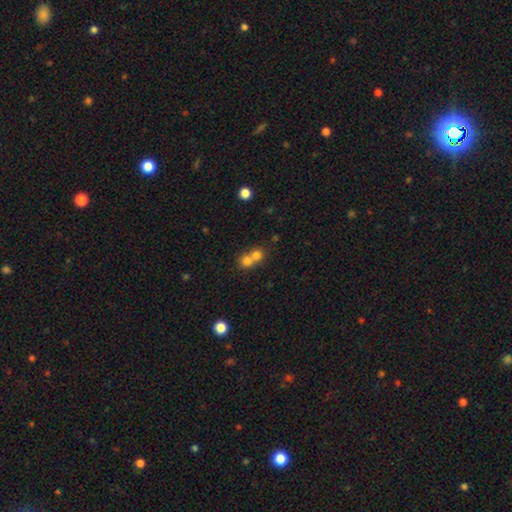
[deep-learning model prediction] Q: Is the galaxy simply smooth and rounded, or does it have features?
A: smooth — 74%.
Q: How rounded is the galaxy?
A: round — 83%.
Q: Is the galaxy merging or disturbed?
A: merger — 62%.